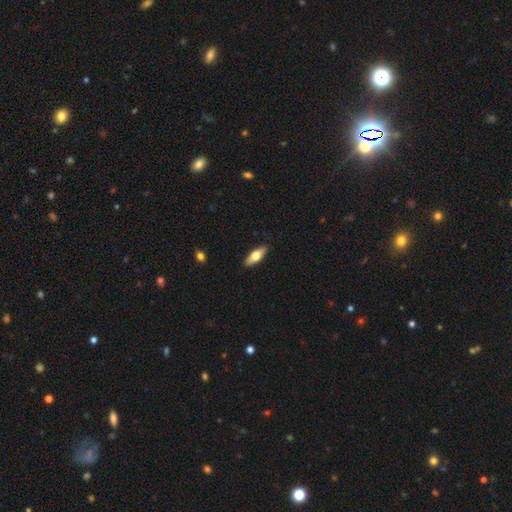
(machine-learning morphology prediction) smooth 58%, featured or disk 36%, star or artifact 5%. Down the decision tree: how rounded — in between (63%); merging — none (89%).